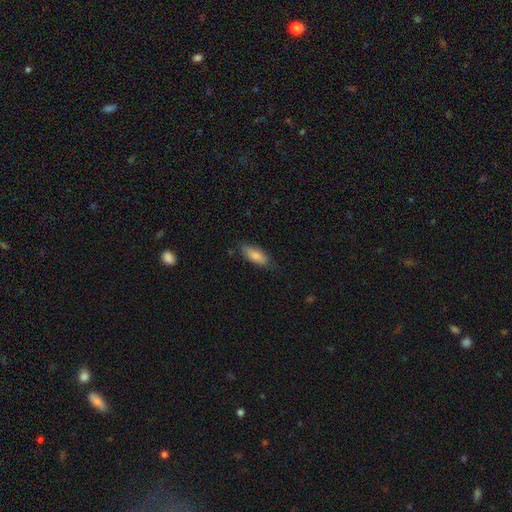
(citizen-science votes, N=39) Smooth or featured?
  - smooth: 87% *
  - featured or disk: 8%
  - star or artifact: 5%
How rounded?
  - in between: 88% *
  - cigar-shaped: 9%
  - round: 3%
Merging?
  - none: 43% *
  - minor disturbance: 35%
  - major disturbance: 14%
  - merger: 8%